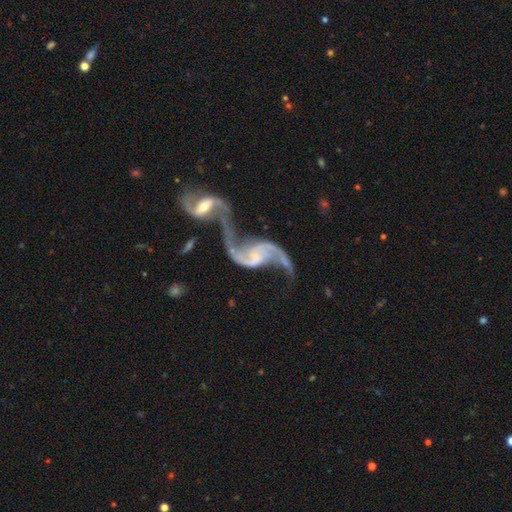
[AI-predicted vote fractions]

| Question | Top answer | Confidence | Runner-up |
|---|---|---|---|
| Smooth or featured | featured or disk | 91% | star or artifact (5%) |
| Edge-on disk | no | 97% | yes (3%) |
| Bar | weak | 43% | no (42%) |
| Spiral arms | yes | 96% | no (4%) |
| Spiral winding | loose | 81% | medium (15%) |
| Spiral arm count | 2 | 92% | 1 (3%) |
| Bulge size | small | 51% | none (23%) |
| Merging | merger | 64% | none (17%) |